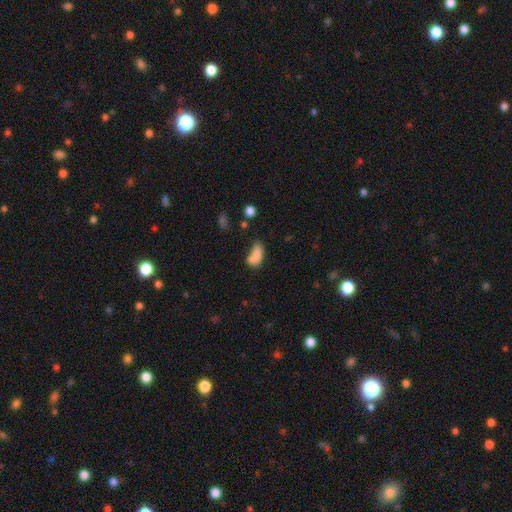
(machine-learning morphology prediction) smooth_or_featured: smooth (p=0.79) [alt: featured or disk p=0.11]
how_rounded: in between (p=0.86) [alt: cigar-shaped p=0.08]
merging: none (p=0.33) [alt: merger p=0.29]